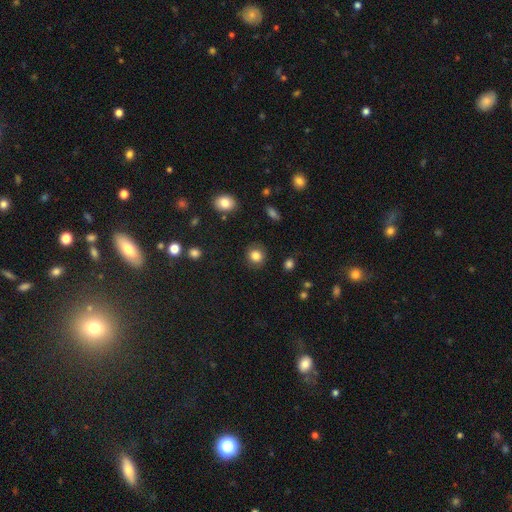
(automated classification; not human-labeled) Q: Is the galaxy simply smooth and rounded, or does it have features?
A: smooth — 84%.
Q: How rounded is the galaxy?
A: round — 86%.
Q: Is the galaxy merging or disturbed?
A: none — 86%.